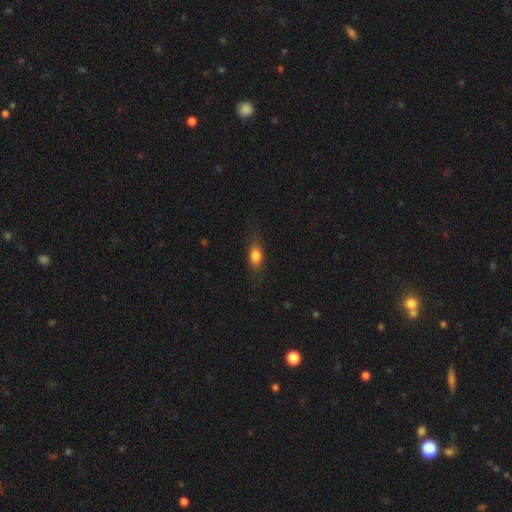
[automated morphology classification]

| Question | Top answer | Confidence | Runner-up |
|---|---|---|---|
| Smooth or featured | smooth | 79% | featured or disk (13%) |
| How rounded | in between | 75% | round (12%) |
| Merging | none | 76% | minor disturbance (17%) |